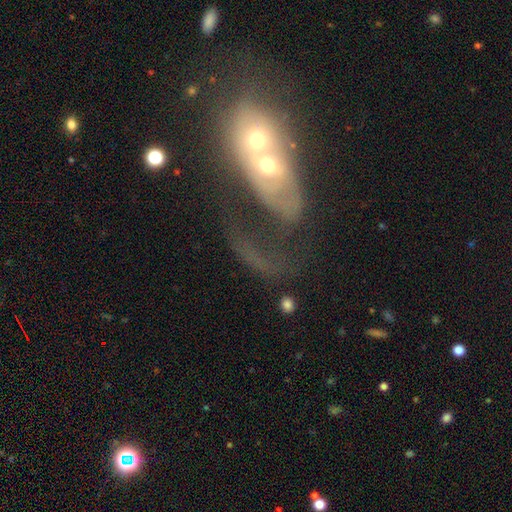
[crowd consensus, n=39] A featured or disk galaxy (54%) with no bar (89%), no spiral arms (58%) and a moderate central bulge (42%, tied with small). Merging: merger (86%).